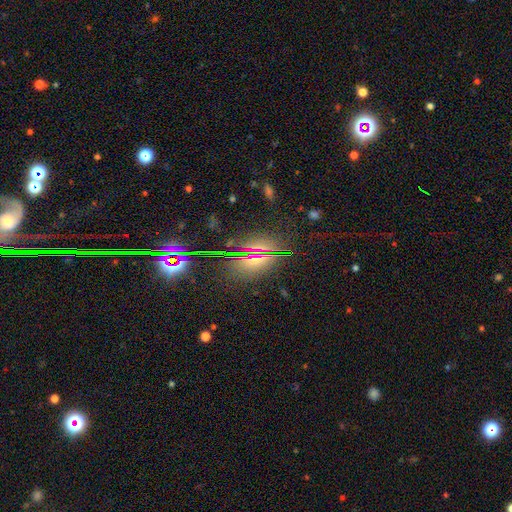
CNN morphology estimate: This is possibly a star or artifact rather than a galaxy (48%).